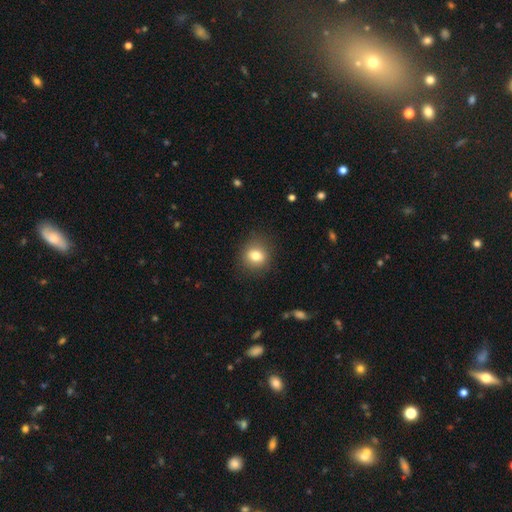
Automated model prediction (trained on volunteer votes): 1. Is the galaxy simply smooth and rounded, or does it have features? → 79% smooth, 11% star or artifact, 10% featured or disk.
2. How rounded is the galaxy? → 80% round, 19% in between, 1% cigar-shaped.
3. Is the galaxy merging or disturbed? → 87% none, 9% minor disturbance, 3% major disturbance, 1% merger.